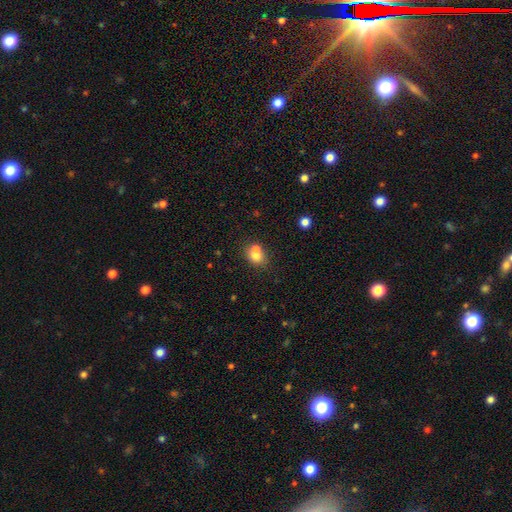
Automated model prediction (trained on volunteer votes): Q: Smooth or featured?
A: smooth (71%); runner-up: featured or disk (17%)
Q: How rounded?
A: round (65%); runner-up: in between (34%)
Q: Merging?
A: merger (52%); runner-up: none (37%)